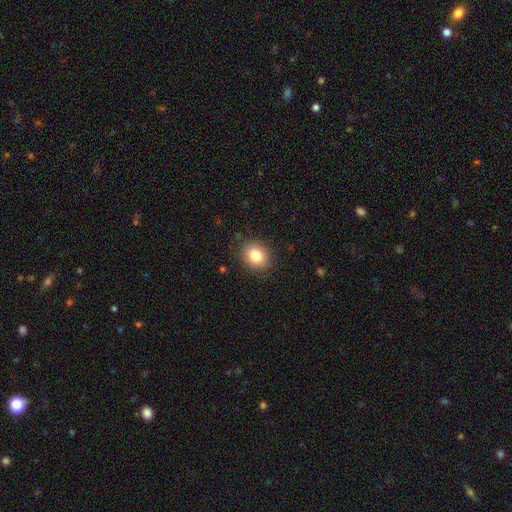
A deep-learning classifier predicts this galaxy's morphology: smooth_or_featured: smooth (p=0.81) [alt: star or artifact p=0.11]
how_rounded: round (p=0.67) [alt: in between p=0.32]
merging: none (p=0.88) [alt: minor disturbance p=0.09]